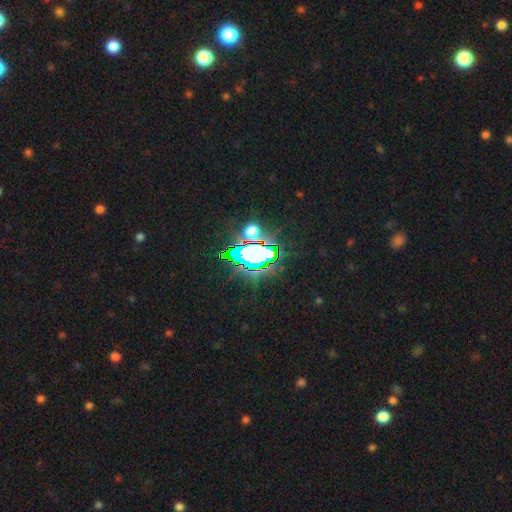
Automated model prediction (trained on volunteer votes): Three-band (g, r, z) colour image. It shows a star or artifact, not a galaxy (65%).